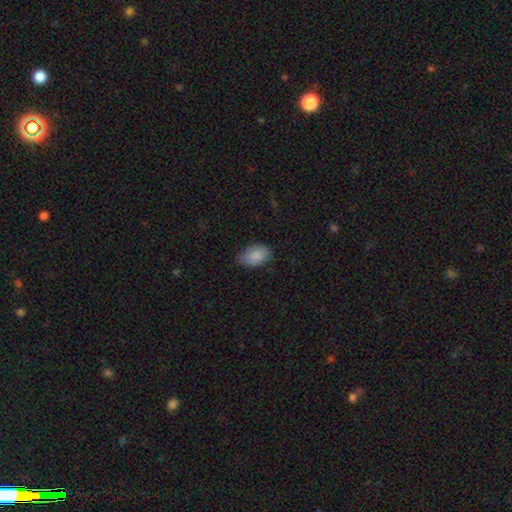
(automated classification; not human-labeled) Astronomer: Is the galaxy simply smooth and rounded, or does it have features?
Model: smooth — 87%.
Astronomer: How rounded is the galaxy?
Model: in between — 89%.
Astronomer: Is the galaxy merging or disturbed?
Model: none — 70%.